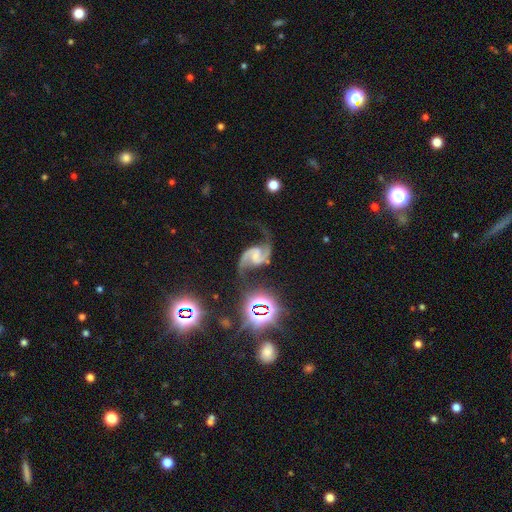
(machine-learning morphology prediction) smooth-or-featured: featured or disk: 88% | star or artifact: 8% | smooth: 4%
  disk-edge-on: no: 98% | yes: 2%
    bar: weak: 45% | no: 34% | strong: 21%
    has-spiral-arms: yes: 98% | no: 2%
      spiral-winding: loose: 57% | medium: 36% | tight: 7%
      spiral-arm-count: 2: 94% | can't tell: 2% | 1: 1% | 3: 1% | 4: 1% | more than 4: 1%
    bulge-size: small: 41% | none: 35% | moderate: 21% | large: 3% | dominant: 1%
  merging: none: 67% | minor disturbance: 17% | major disturbance: 11% | merger: 4%